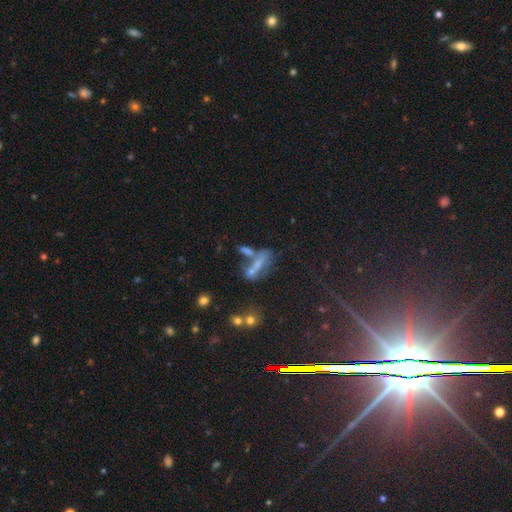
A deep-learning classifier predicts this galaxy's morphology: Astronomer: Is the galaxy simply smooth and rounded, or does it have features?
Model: smooth — 36% (runner-up: star or artifact, 35%).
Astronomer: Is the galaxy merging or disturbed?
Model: none — 41% (runner-up: merger, 34%).